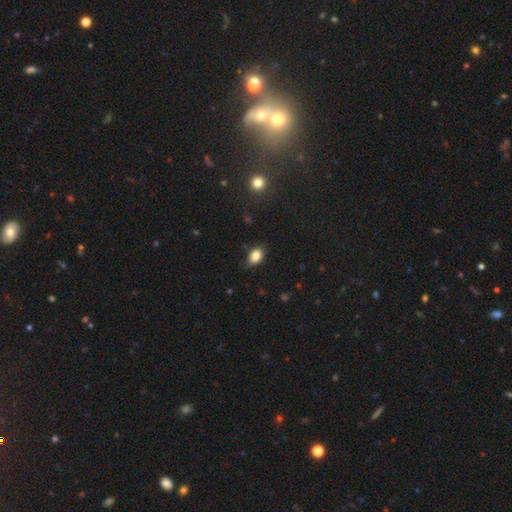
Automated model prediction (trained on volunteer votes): Smooth or featured?
  - smooth: 85% *
  - star or artifact: 9%
  - featured or disk: 6%
How rounded?
  - in between: 83% *
  - round: 16%
  - cigar-shaped: 2%
Merging?
  - none: 73% *
  - minor disturbance: 22%
  - major disturbance: 4%
  - merger: 1%